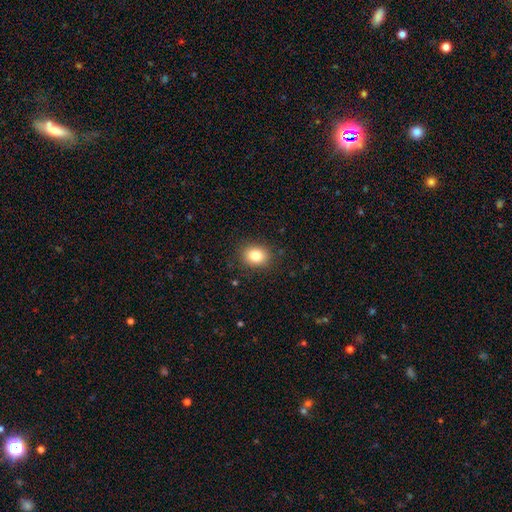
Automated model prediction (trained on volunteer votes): Q: Smooth or featured?
A: smooth (83%); runner-up: star or artifact (10%)
Q: How rounded?
A: round (50%); runner-up: in between (49%)
Q: Merging?
A: none (87%); runner-up: minor disturbance (9%)